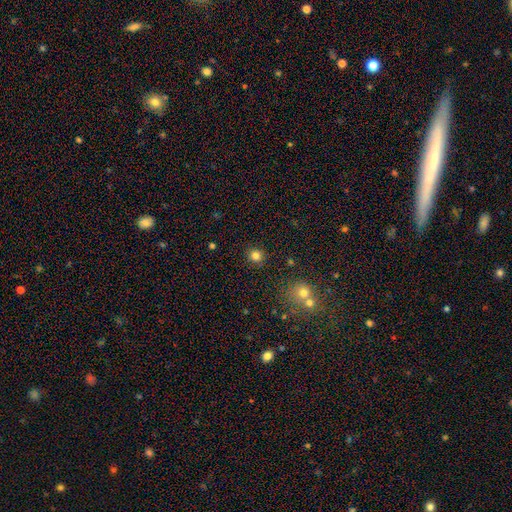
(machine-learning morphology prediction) A smooth galaxy with no disk features (81%) that is round (90%). Merging: none (89%).